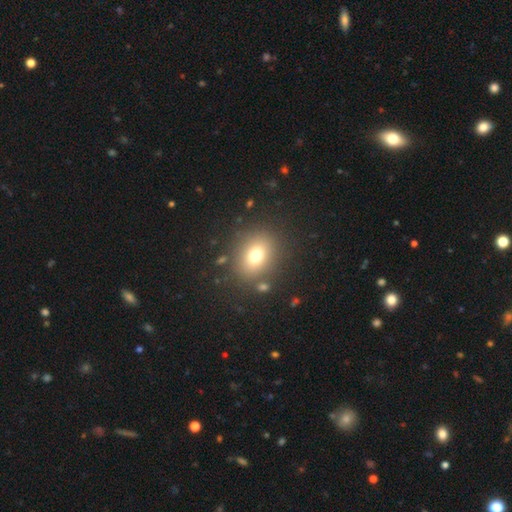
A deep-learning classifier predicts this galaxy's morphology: type=smooth (74%); roundness=round (55%); merging=none (83%).